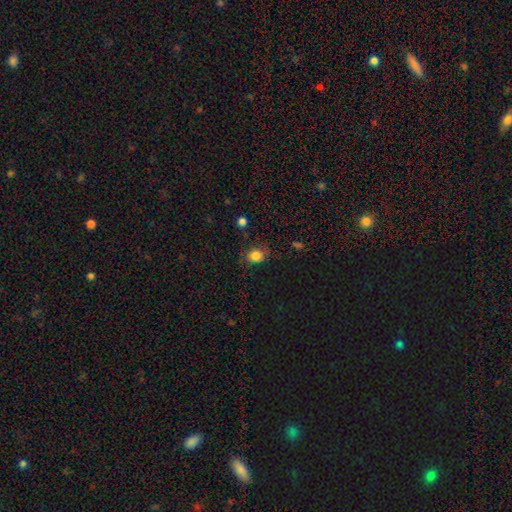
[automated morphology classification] smooth 80%, star or artifact 13%, featured or disk 7%. Down the decision tree: how rounded — round (65%); merging — none (72%).